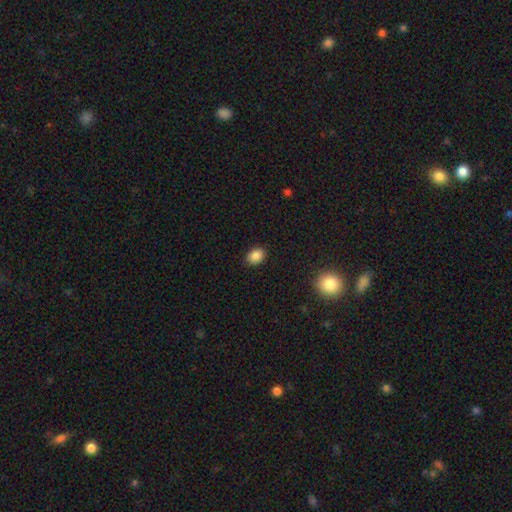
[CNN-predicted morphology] Smooth or featured: smooth — 86% (star or artifact — 10%)
How rounded: in between — 69% (round — 30%)
Merging: none — 89% (minor disturbance — 8%)